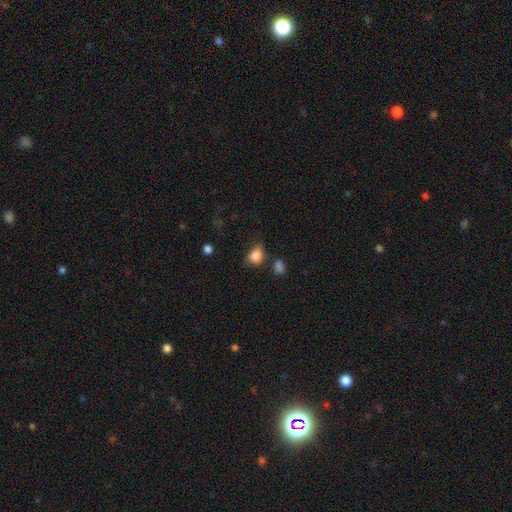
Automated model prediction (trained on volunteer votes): Smooth or featured?
  - smooth: 83% *
  - star or artifact: 10%
  - featured or disk: 7%
How rounded?
  - in between: 50% *
  - round: 49%
  - cigar-shaped: 1%
Merging?
  - none: 56% *
  - minor disturbance: 28%
  - major disturbance: 9%
  - merger: 6%